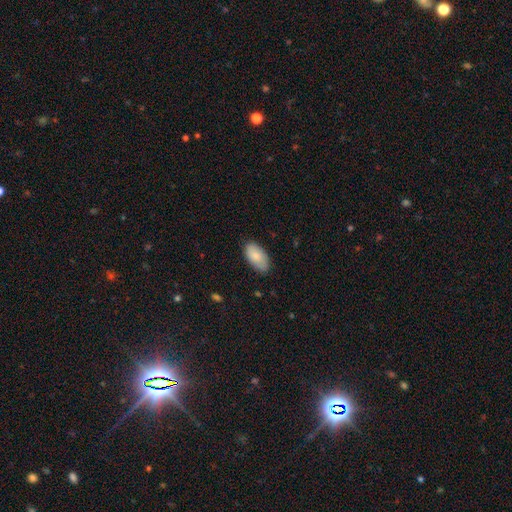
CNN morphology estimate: Smooth or featured: smooth — 81% (featured or disk — 13%)
How rounded: in between — 95% (round — 3%)
Merging: none — 80% (minor disturbance — 17%)